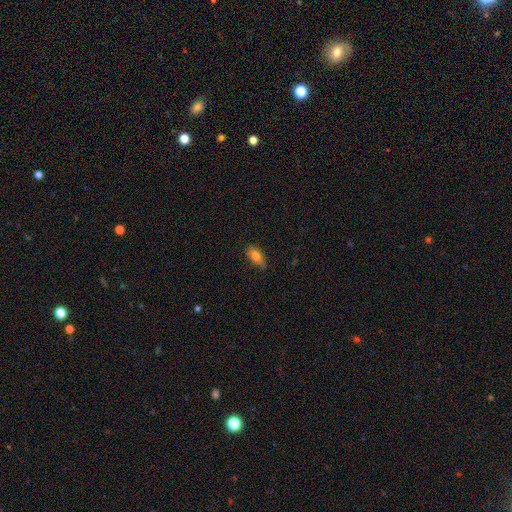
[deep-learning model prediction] Smooth or featured? Predicted: smooth (p=0.78). How rounded? Predicted: in between (p=0.85). Merging? Predicted: none (p=0.72).